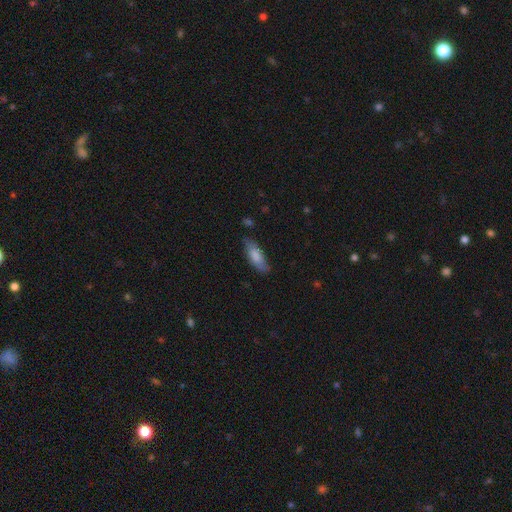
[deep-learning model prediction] Smooth or featured? Predicted: smooth (p=0.76). How rounded? Predicted: in between (p=0.70). Merging? Predicted: none (p=0.71).